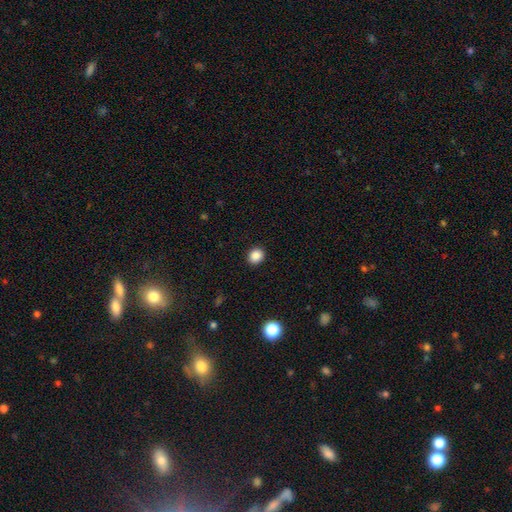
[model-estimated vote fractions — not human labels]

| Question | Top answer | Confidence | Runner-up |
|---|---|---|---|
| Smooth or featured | smooth | 87% | star or artifact (10%) |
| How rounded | round | 70% | in between (30%) |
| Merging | none | 91% | minor disturbance (6%) |